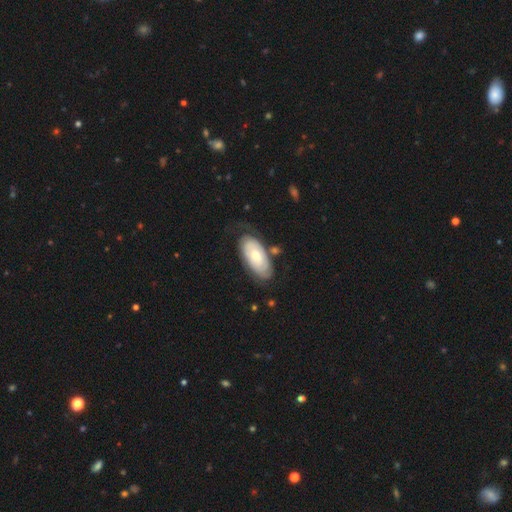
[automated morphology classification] Smooth or featured? featured or disk (62%)
Edge-on disk? no (92%)
Bar? no (76%)
Spiral arms? yes (83%)
Bulge size? moderate (52%)
Merging? none (62%)